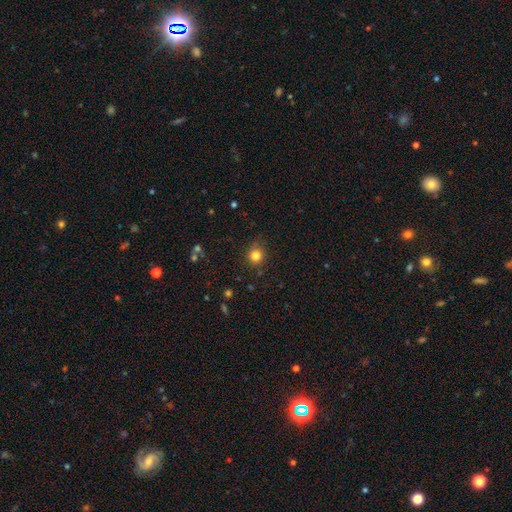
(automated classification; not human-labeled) Smooth or featured? Predicted: smooth (p=0.82). How rounded? Predicted: round (p=0.90). Merging? Predicted: none (p=0.81).